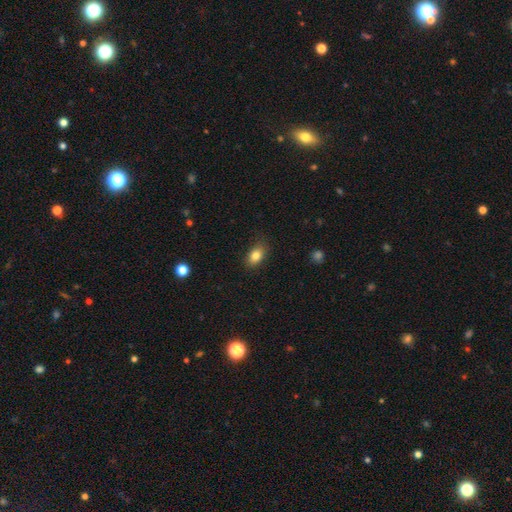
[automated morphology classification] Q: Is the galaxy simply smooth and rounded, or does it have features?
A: smooth — 83%.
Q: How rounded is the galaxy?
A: in between — 83%.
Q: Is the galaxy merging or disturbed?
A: none — 82%.